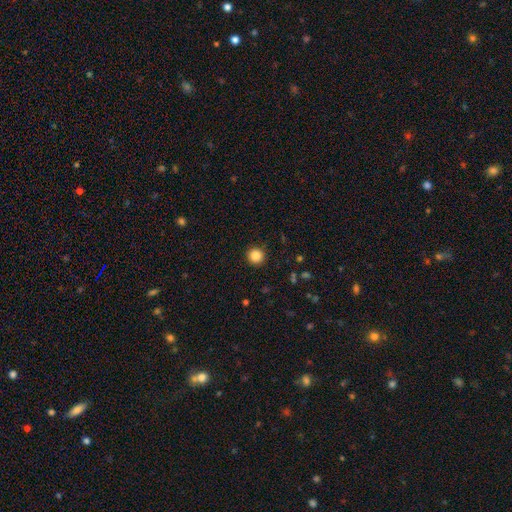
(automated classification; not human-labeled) Smooth or featured? smooth (86%)
How rounded? round (95%)
Merging? none (92%)